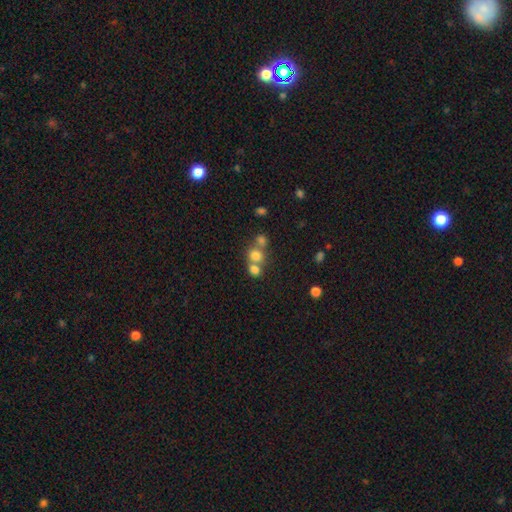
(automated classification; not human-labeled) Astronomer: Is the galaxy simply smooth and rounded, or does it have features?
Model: smooth — 74%.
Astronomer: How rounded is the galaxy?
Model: round — 76%.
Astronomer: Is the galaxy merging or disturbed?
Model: merger — 47% (runner-up: none, 42%).